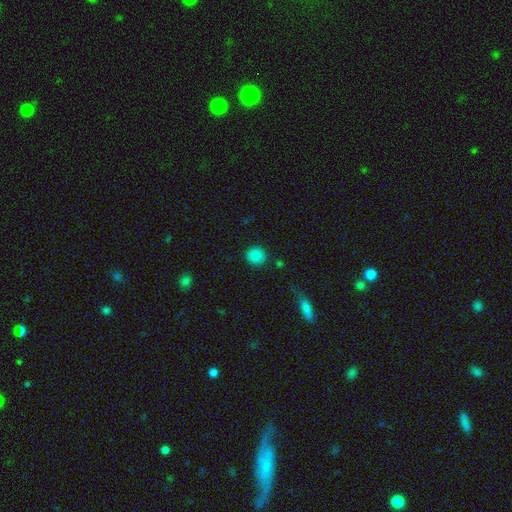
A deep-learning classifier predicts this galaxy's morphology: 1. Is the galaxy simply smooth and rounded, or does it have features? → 86% smooth, 10% star or artifact, 4% featured or disk.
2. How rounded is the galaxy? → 90% round, 9% in between, 1% cigar-shaped.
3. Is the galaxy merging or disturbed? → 88% none, 8% minor disturbance, 3% major disturbance, 2% merger.